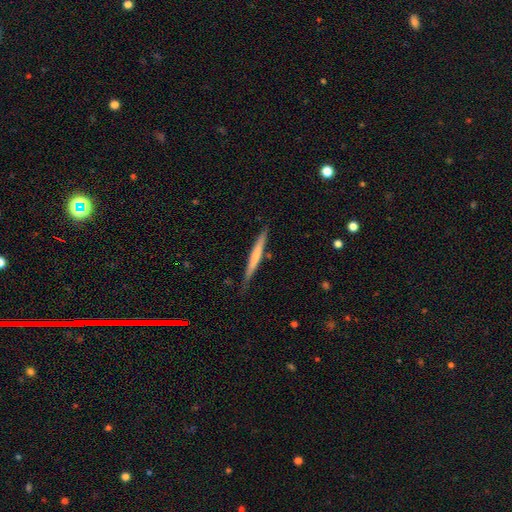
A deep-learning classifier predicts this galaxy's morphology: Overall: smooth (54%; featured or disk 41%). How rounded: cigar-shaped (96%). Merging: none (83%).